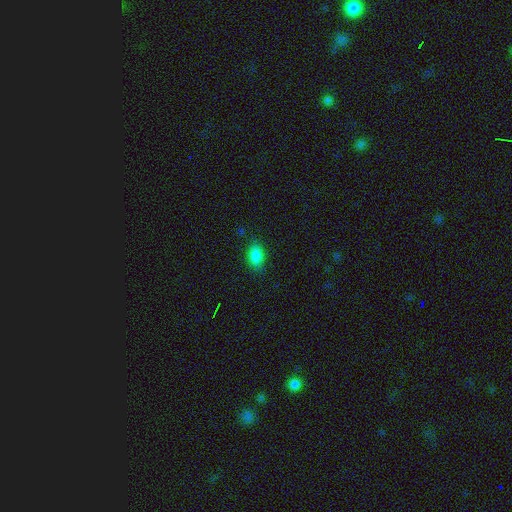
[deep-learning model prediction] Smooth or featured: smooth — 84% (star or artifact — 11%)
How rounded: in between — 86% (round — 11%)
Merging: none — 81% (minor disturbance — 14%)